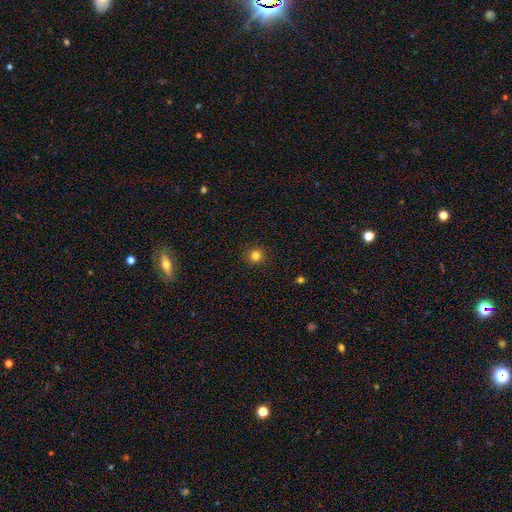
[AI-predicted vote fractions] Smooth or featured: smooth — 81% (star or artifact — 14%)
How rounded: round — 94% (in between — 5%)
Merging: none — 92% (minor disturbance — 5%)